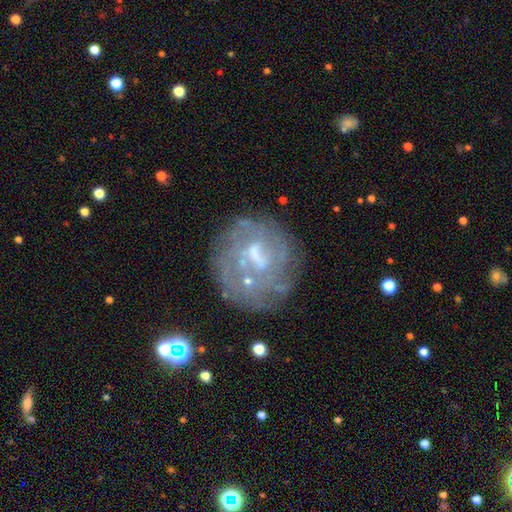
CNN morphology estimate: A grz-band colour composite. It shows a featured or disk galaxy (68%) with a weak bar (47%), no spiral arms (54%) and a moderate central bulge (37%). Merging: none (62%).